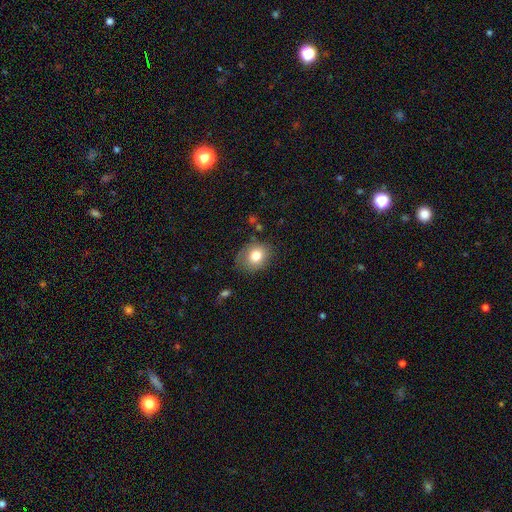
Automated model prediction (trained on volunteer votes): Smooth or featured: smooth — 78% (featured or disk — 12%)
How rounded: round — 59% (in between — 40%)
Merging: none — 74% (minor disturbance — 19%)